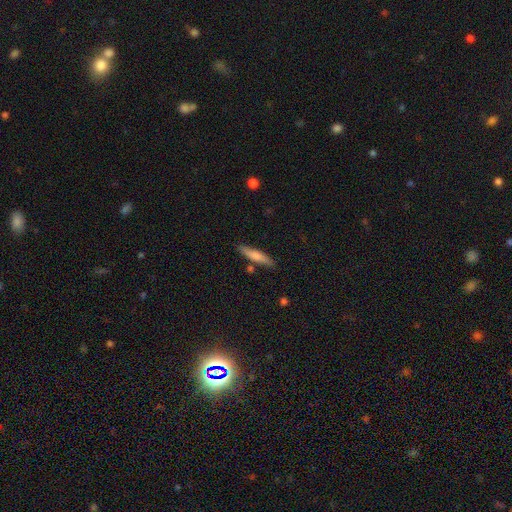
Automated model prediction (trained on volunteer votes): Overall: smooth (70%). How rounded: cigar-shaped (86%). Merging: none (82%).